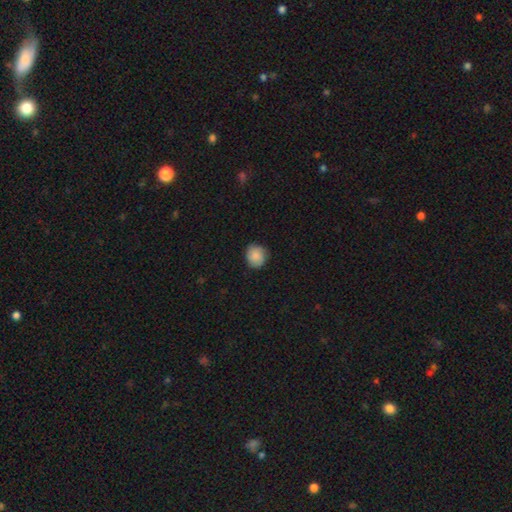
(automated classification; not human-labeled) smooth_or_featured: smooth (p=0.83) [alt: featured or disk p=0.09]
how_rounded: round (p=0.83) [alt: in between p=0.16]
merging: none (p=0.81) [alt: minor disturbance p=0.15]